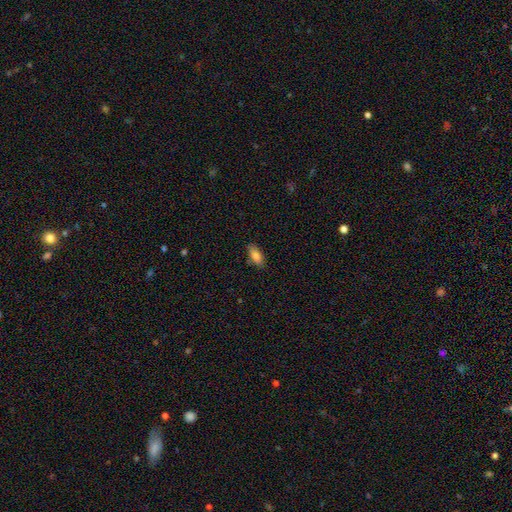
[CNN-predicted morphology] A smooth galaxy with no disk features (81%) that is in between round and cigar-shaped (82%). Merging: none (84%).